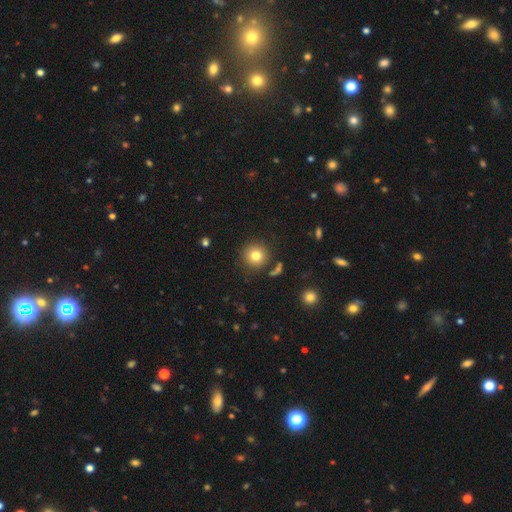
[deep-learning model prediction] Smooth or featured? smooth (79%)
How rounded? round (94%)
Merging? none (86%)